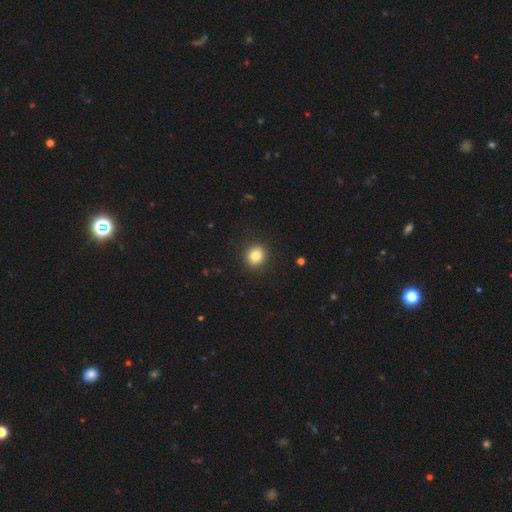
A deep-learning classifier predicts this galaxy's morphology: Smooth or featured: smooth — 84% (star or artifact — 10%)
How rounded: round — 86% (in between — 13%)
Merging: none — 92% (minor disturbance — 5%)